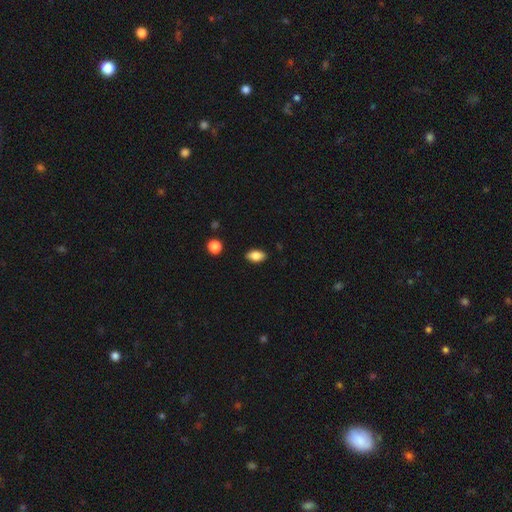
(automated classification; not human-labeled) Smooth or featured? smooth (84%)
How rounded? in between (91%)
Merging? none (87%)